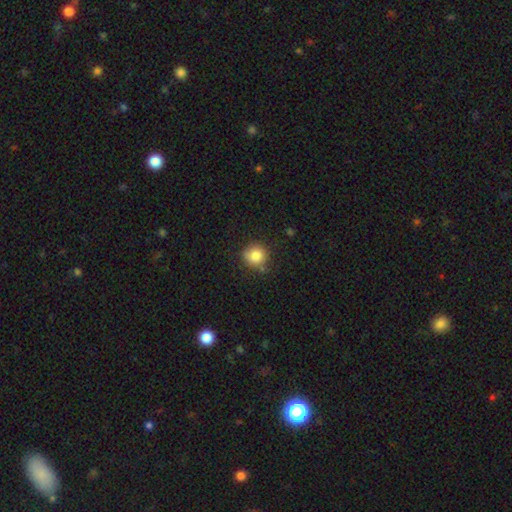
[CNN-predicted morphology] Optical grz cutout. It shows a smooth galaxy with no disk features (83%) that is round (91%). Merging: none (79%).